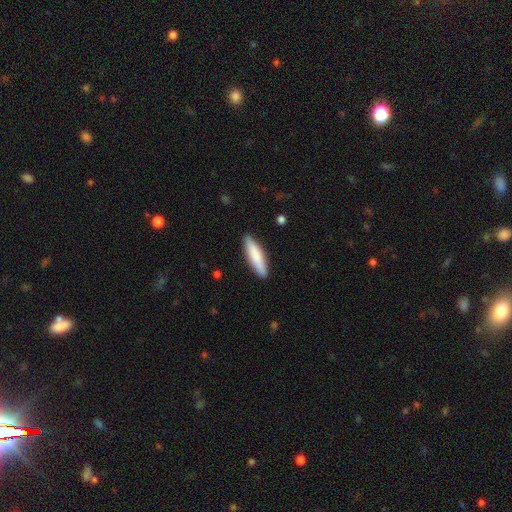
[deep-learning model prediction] The model was most divided on "how rounded": cigar-shaped: 74%, in between: 24%, round: 1%. More confident: merging — none (88%); smooth or featured — smooth (79%).